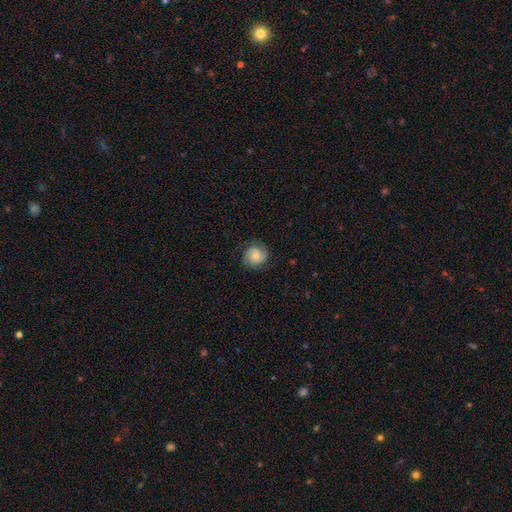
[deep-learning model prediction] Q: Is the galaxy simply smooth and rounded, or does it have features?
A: smooth — 50%.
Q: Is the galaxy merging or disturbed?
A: none — 81%.